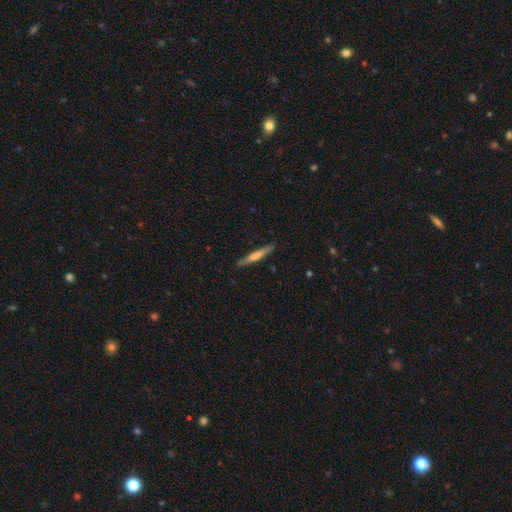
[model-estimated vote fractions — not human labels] smooth_or_featured: featured or disk (p=0.49) [alt: smooth p=0.45]
merging: none (p=0.89) [alt: minor disturbance p=0.08]